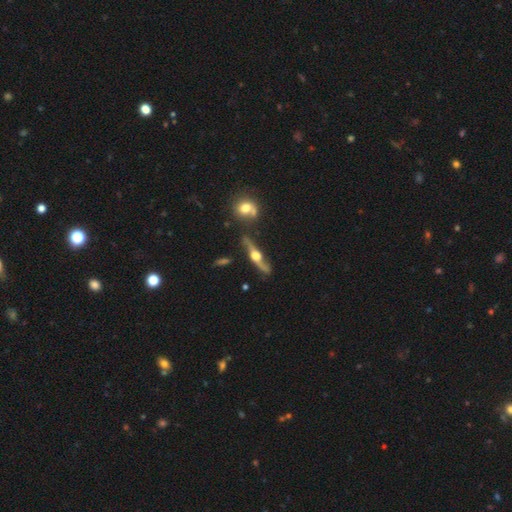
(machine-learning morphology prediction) smooth-or-featured: featured or disk: 84% | smooth: 11% | star or artifact: 5%
  disk-edge-on: yes: 79% | no: 21%
    edge-on-bulge: rounded: 95% | boxy: 3% | none: 2%
  merging: none: 73% | minor disturbance: 16% | major disturbance: 6% | merger: 5%